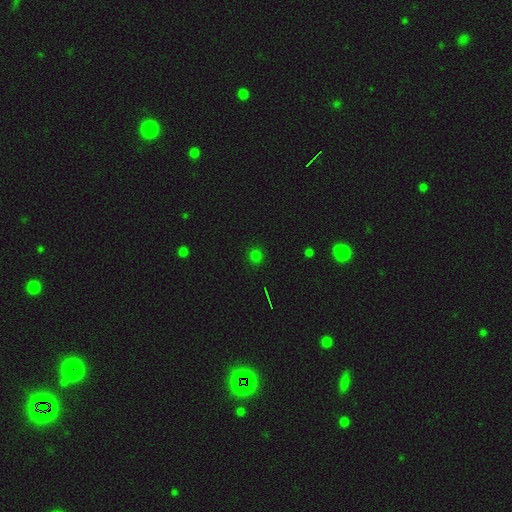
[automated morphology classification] A smooth galaxy with no disk features (74%) that is round (89%).

Vote fractions:
- Smooth or featured? smooth: 74% / star or artifact: 22% / featured or disk: 5%
- How rounded? round: 89% / in between: 9% / cigar-shaped: 1%
- Merging? none: 89% / minor disturbance: 7% / major disturbance: 2% / merger: 1%